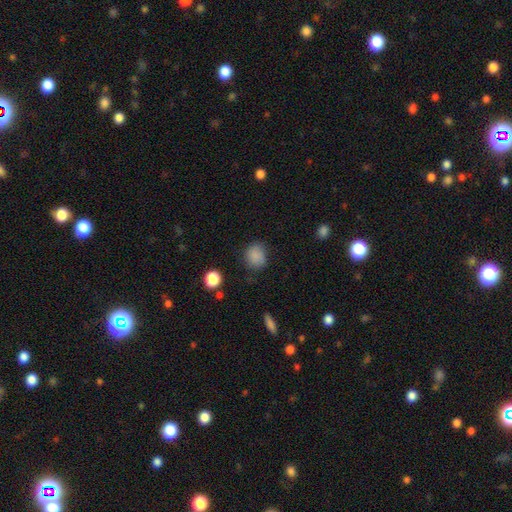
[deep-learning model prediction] Smooth or featured? Predicted: smooth (p=0.84). How rounded? Predicted: round (p=0.67). Merging? Predicted: none (p=0.72).